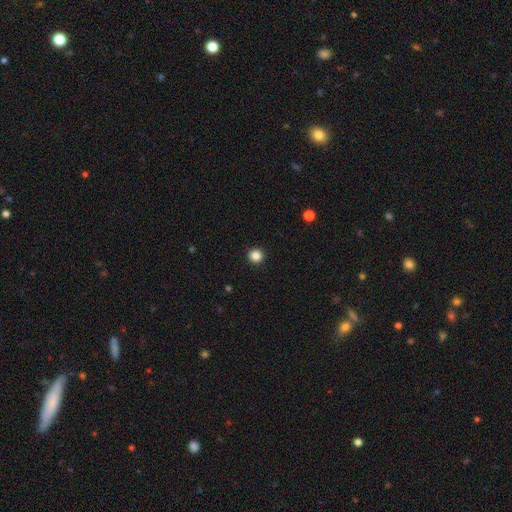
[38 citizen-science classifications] Overall: smooth (95%). How rounded: round (97%). Merging: none (95%).